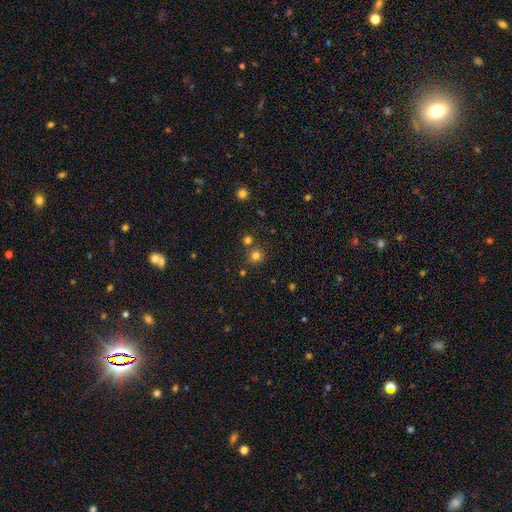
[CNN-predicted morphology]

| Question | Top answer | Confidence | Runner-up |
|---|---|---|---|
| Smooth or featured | smooth | 77% | star or artifact (17%) |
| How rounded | round | 92% | in between (7%) |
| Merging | none | 77% | merger (12%) |